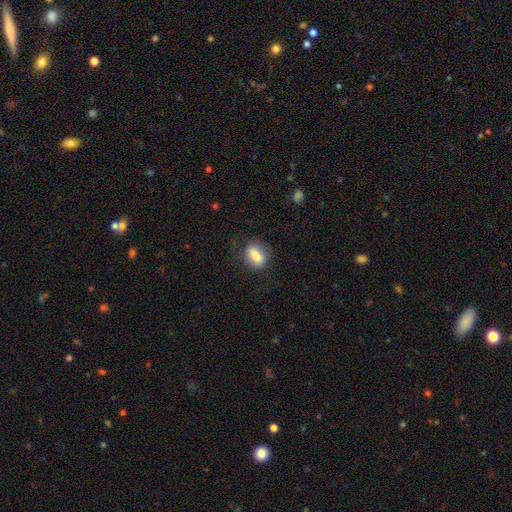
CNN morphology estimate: smooth_or_featured: smooth (p=0.79) [alt: featured or disk p=0.13]
how_rounded: in between (p=0.75) [alt: round p=0.19]
merging: none (p=0.73) [alt: minor disturbance p=0.17]